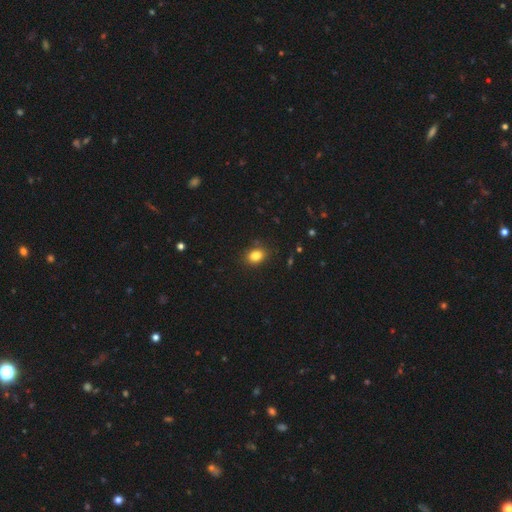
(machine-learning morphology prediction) smooth_or_featured: smooth (p=0.84) [alt: star or artifact p=0.11]
how_rounded: in between (p=0.63) [alt: round p=0.36]
merging: none (p=0.85) [alt: minor disturbance p=0.11]